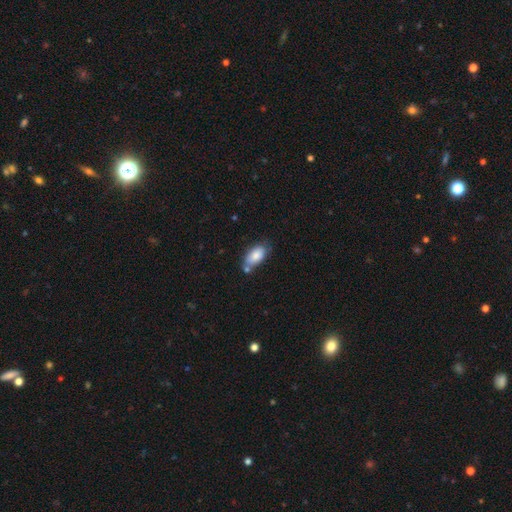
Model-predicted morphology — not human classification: Smooth or featured: smooth — 82% (featured or disk — 11%)
How rounded: in between — 92% (cigar-shaped — 4%)
Merging: none — 56% (minor disturbance — 21%)